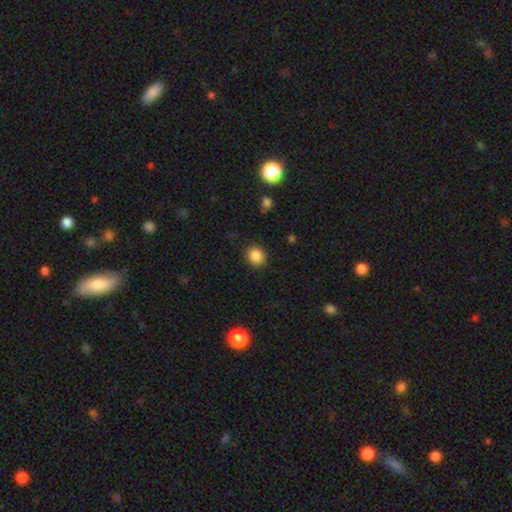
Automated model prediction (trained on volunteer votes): smooth-or-featured: smooth: 85% | star or artifact: 10% | featured or disk: 4%
  how-rounded: round: 77% | in between: 22% | cigar-shaped: 1%
  merging: none: 88% | minor disturbance: 8% | major disturbance: 3% | merger: 1%